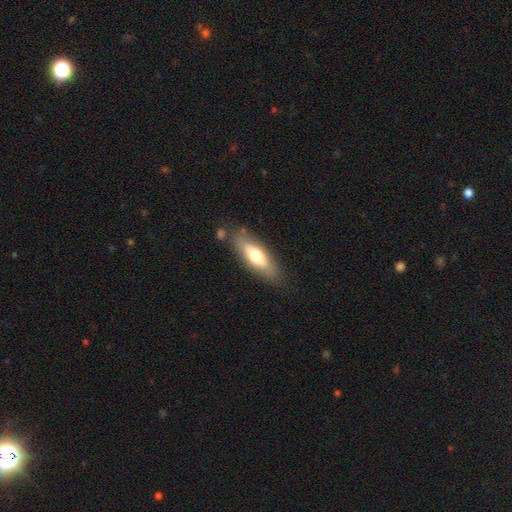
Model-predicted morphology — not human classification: smooth_or_featured: smooth (p=0.58) [alt: featured or disk p=0.36]
how_rounded: in between (p=0.51) [alt: cigar-shaped p=0.46]
merging: none (p=0.77) [alt: minor disturbance p=0.14]